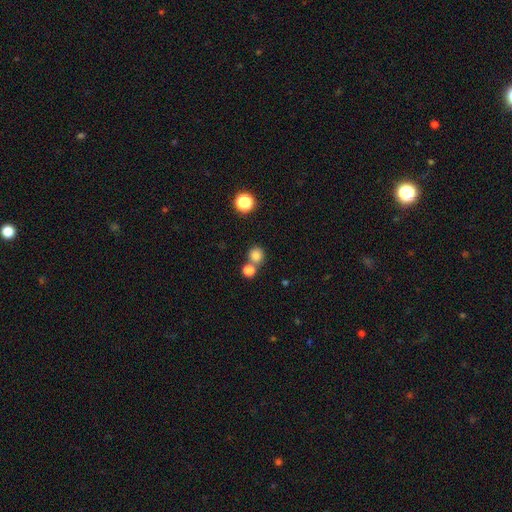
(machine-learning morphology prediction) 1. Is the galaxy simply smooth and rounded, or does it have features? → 82% smooth, 12% star or artifact, 6% featured or disk.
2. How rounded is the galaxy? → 88% round, 11% in between, 1% cigar-shaped.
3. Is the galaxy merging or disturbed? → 56% none, 34% merger, 7% minor disturbance, 3% major disturbance.